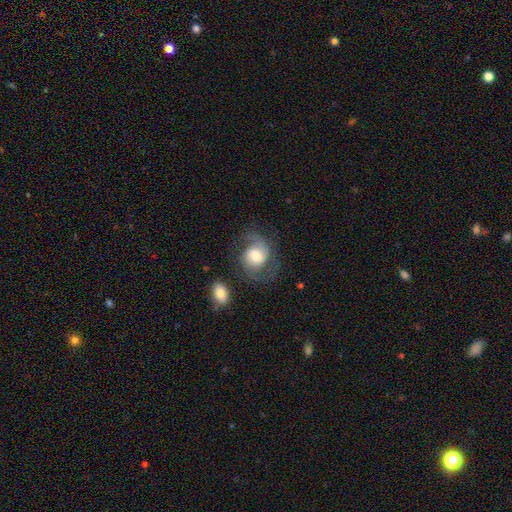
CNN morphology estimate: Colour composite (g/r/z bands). It shows a featured or disk galaxy (73%) with no bar (55%), 2 (88%) medium (52%) spiral arms (93%) and a moderate central bulge (41%). Merging: none (61%).